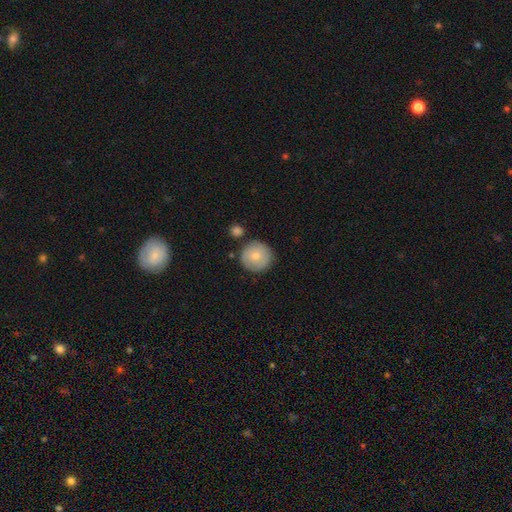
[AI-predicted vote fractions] smooth-or-featured: smooth: 77% | featured or disk: 16% | star or artifact: 6%
  how-rounded: round: 94% | in between: 5% | cigar-shaped: 1%
  merging: none: 80% | minor disturbance: 12% | merger: 6% | major disturbance: 3%